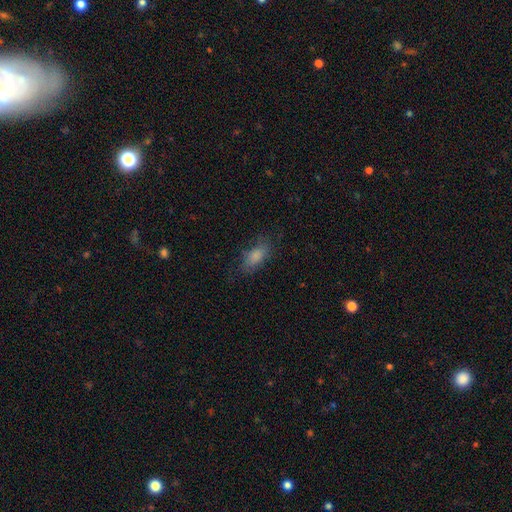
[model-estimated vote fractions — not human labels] This is clearly a smooth galaxy (82%). How rounded: clearly in between (85%). Merging: likely none (70%).